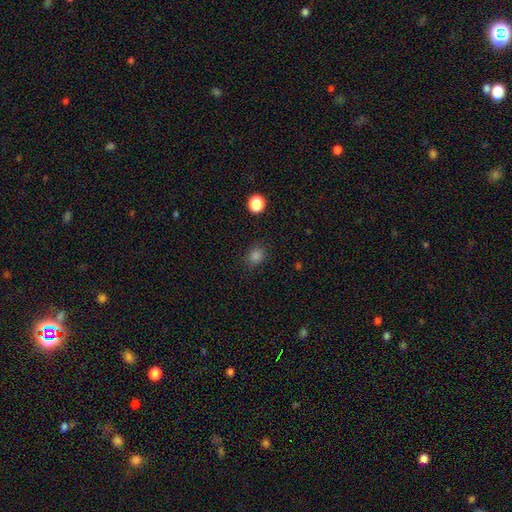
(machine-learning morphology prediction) smooth-or-featured: smooth: 81% | star or artifact: 16% | featured or disk: 4%
  how-rounded: round: 67% | in between: 32% | cigar-shaped: 1%
  merging: none: 87% | minor disturbance: 9% | major disturbance: 3% | merger: 1%